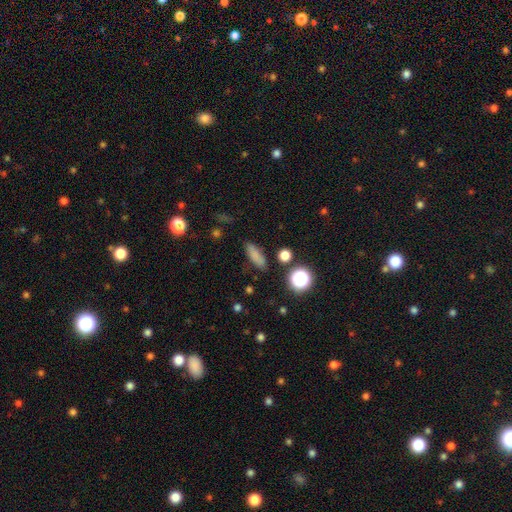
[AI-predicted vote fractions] Q: Smooth or featured?
A: smooth (79%); runner-up: star or artifact (13%)
Q: How rounded?
A: in between (49%); runner-up: cigar-shaped (43%)
Q: Merging?
A: none (80%); runner-up: minor disturbance (13%)